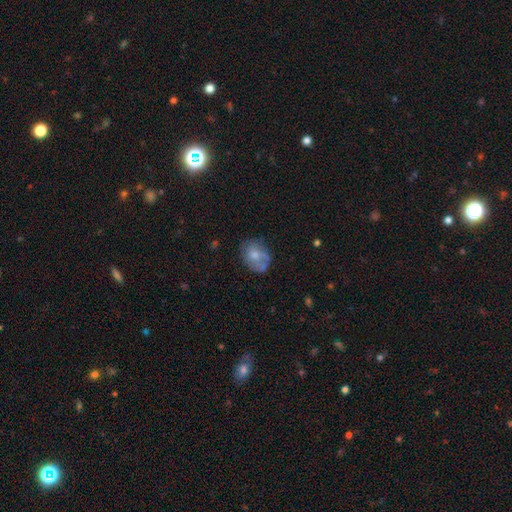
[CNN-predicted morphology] Smooth or featured? Predicted: smooth (p=0.58). How rounded? Predicted: in between (p=0.64). Merging? Predicted: none (p=0.54).